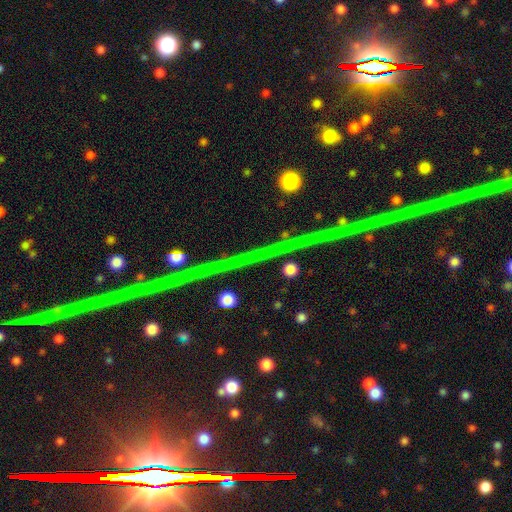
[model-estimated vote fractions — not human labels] Smooth or featured: star or artifact — 80% (featured or disk — 12%)